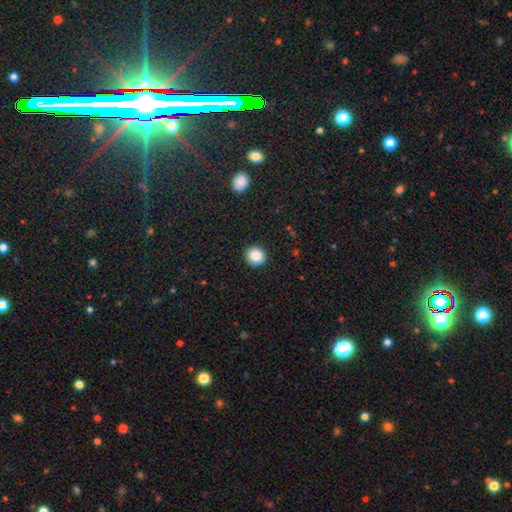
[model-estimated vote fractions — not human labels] smooth_or_featured: smooth (p=0.87) [alt: star or artifact p=0.10]
how_rounded: round (p=0.92) [alt: in between p=0.07]
merging: none (p=0.92) [alt: minor disturbance p=0.05]